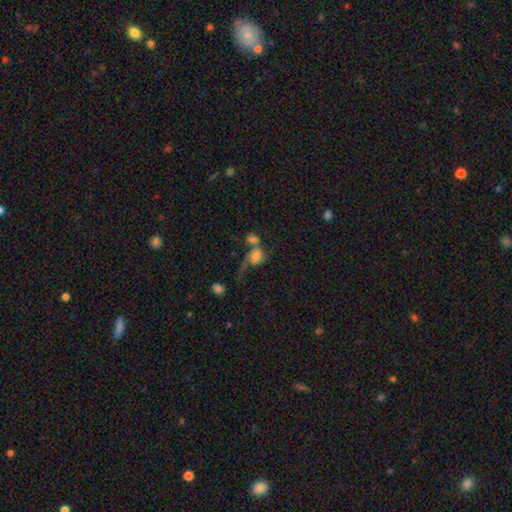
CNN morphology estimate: This is possibly a smooth galaxy (48%). Merging: possibly merger (45%).